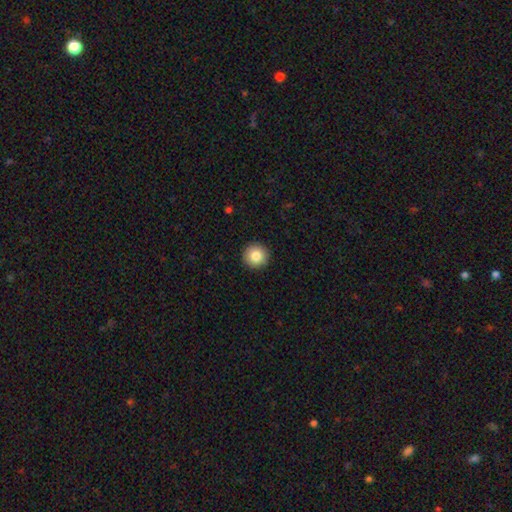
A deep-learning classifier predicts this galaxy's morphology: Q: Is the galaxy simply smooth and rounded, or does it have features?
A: smooth — 83%.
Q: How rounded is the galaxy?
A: round — 96%.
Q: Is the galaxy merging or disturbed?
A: none — 93%.